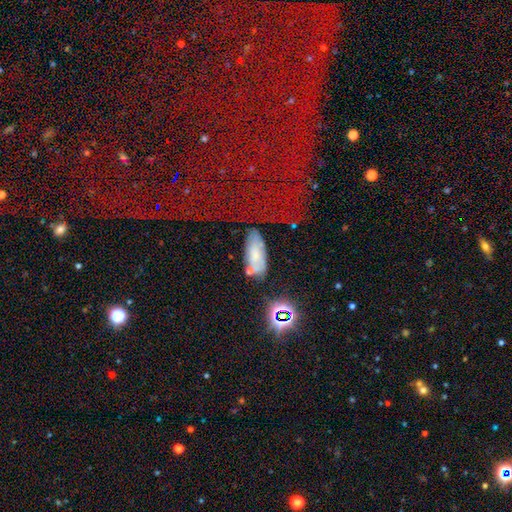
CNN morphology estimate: smooth_or_featured: smooth (p=0.60) [alt: featured or disk p=0.25]
how_rounded: in between (p=0.83) [alt: cigar-shaped p=0.14]
merging: none (p=0.55) [alt: minor disturbance p=0.23]